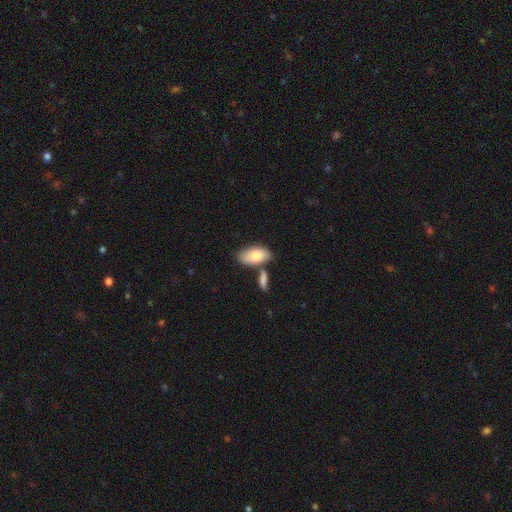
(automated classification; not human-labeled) Morphology: type=smooth (79%); roundness=in between (93%); merging=none (62%).